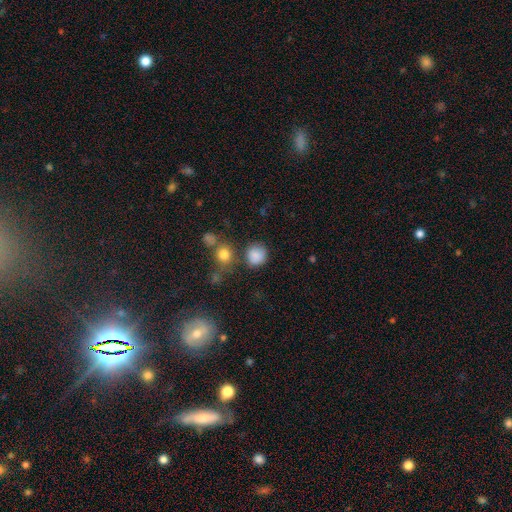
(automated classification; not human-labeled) smooth 84%, star or artifact 11%, featured or disk 5%. Down the decision tree: how rounded — round (87%); merging — none (73%).